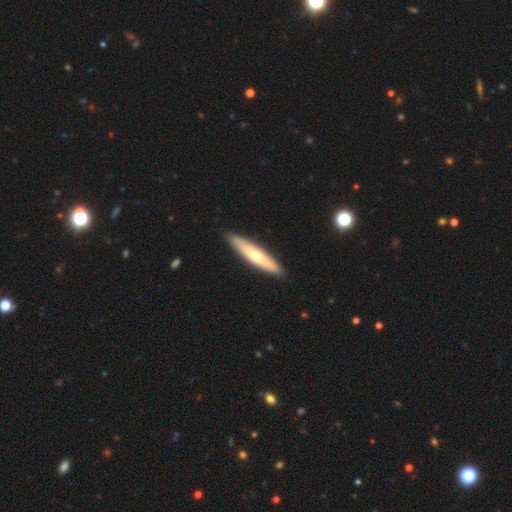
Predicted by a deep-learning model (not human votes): smooth-or-featured: smooth: 59% | featured or disk: 37% | star or artifact: 5%
  how-rounded: cigar-shaped: 86% | in between: 13% | round: 1%
  merging: none: 91% | minor disturbance: 7% | major disturbance: 1% | merger: 1%